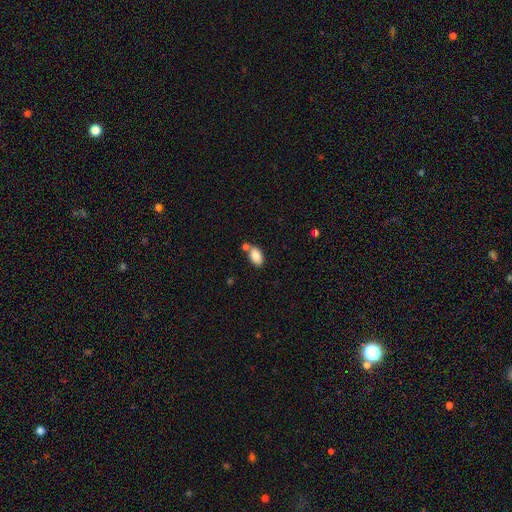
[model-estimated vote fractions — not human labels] A smooth galaxy with no disk features (87%) that is in between round and cigar-shaped (92%). Merging: none (62%).